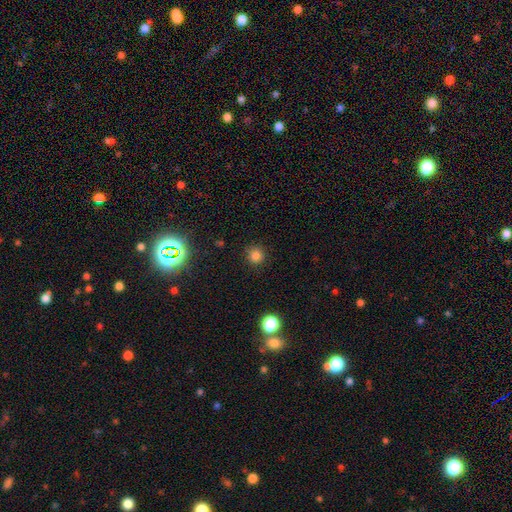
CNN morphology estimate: Smooth or featured: smooth — 81% (star or artifact — 15%)
How rounded: round — 93% (in between — 6%)
Merging: none — 88% (minor disturbance — 8%)